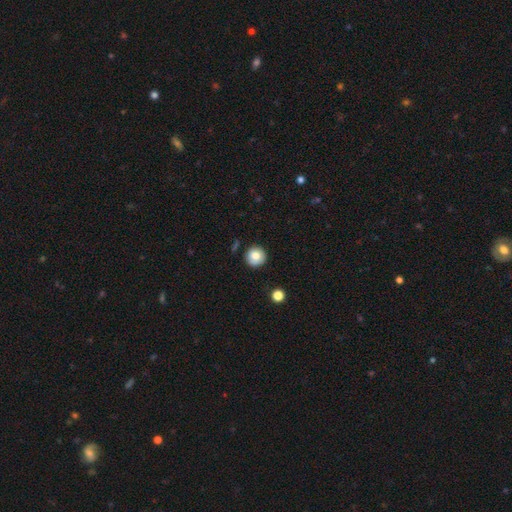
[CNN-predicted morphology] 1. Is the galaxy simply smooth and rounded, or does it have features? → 78% smooth, 13% featured or disk, 9% star or artifact.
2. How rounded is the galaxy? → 95% round, 4% in between, 1% cigar-shaped.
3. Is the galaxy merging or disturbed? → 89% none, 7% minor disturbance, 2% major disturbance, 2% merger.